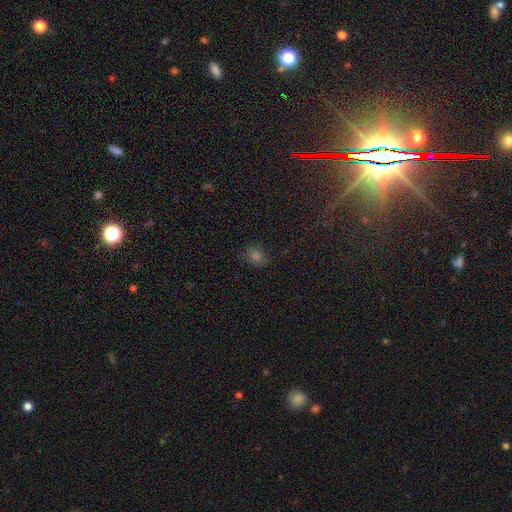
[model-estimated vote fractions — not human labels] smooth-or-featured: smooth: 65% | star or artifact: 26% | featured or disk: 9%
  how-rounded: round: 66% | in between: 33% | cigar-shaped: 1%
  merging: none: 83% | minor disturbance: 13% | major disturbance: 3% | merger: 1%